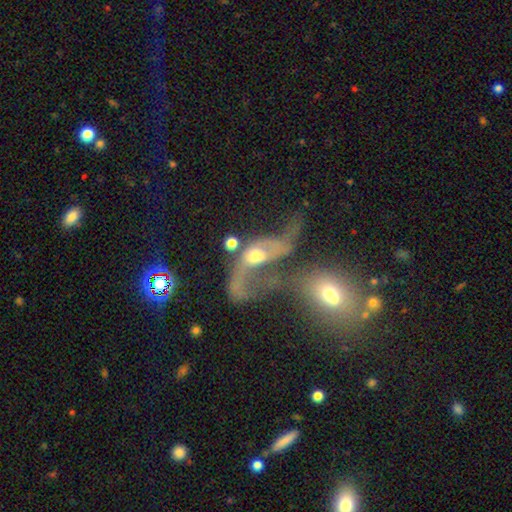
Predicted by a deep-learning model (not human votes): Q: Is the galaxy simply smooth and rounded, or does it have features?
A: featured or disk — 60%.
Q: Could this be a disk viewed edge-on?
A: no — 92%.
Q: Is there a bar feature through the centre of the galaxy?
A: no — 65%.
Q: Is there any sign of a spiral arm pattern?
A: yes — 60%.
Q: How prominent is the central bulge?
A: moderate — 57%.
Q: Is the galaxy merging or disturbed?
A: merger — 67%.